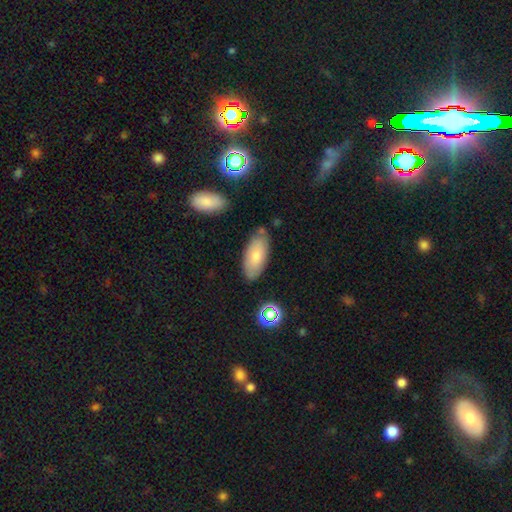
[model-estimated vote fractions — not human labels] Smooth or featured? Predicted: smooth (p=0.76). How rounded? Predicted: in between (p=0.89). Merging? Predicted: none (p=0.75).